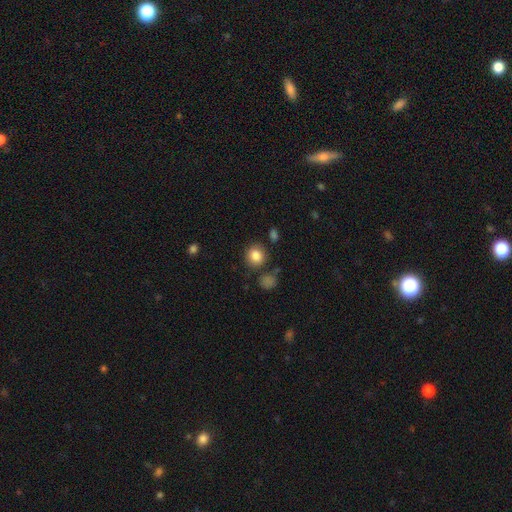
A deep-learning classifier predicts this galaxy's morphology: This appears to be a smooth galaxy with no disk features (85%) that is round (83%). Merging: none (81%).